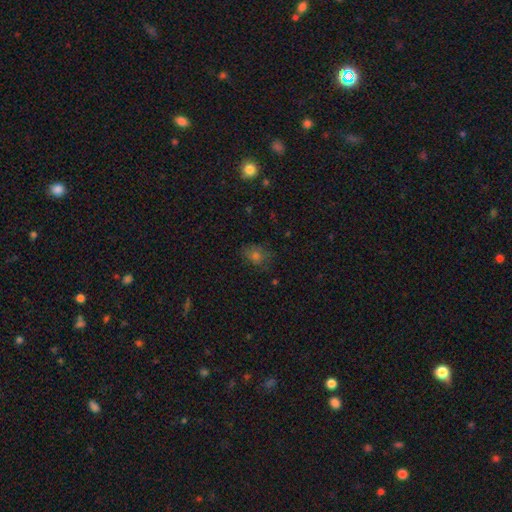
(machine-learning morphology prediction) Overall: smooth (63%). How rounded: round (51%; in between 48%). Merging: none (71%).